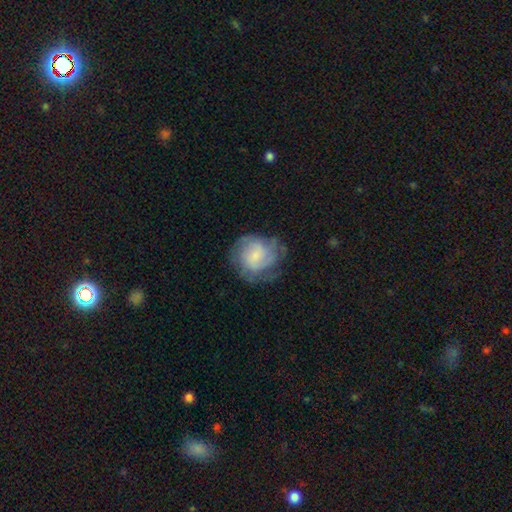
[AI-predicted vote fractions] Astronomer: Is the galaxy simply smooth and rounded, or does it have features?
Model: featured or disk — 50% (runner-up: smooth, 42%).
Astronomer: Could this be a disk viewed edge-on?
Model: no — 98%.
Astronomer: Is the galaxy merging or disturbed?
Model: none — 59%.